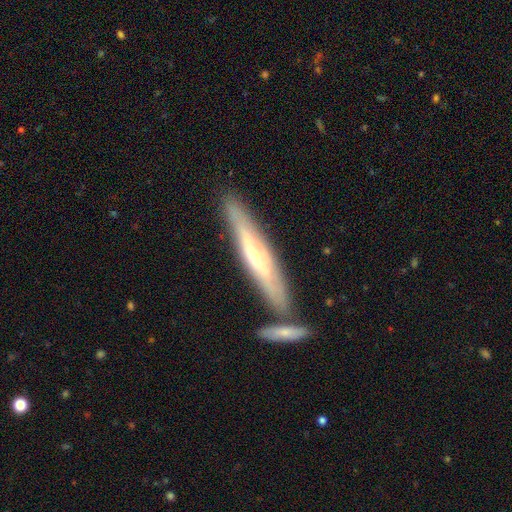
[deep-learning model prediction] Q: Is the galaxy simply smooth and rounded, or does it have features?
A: featured or disk — 64%.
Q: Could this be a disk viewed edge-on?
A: yes — 81%.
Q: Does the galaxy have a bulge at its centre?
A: rounded — 59%.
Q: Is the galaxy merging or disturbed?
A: none — 75%.